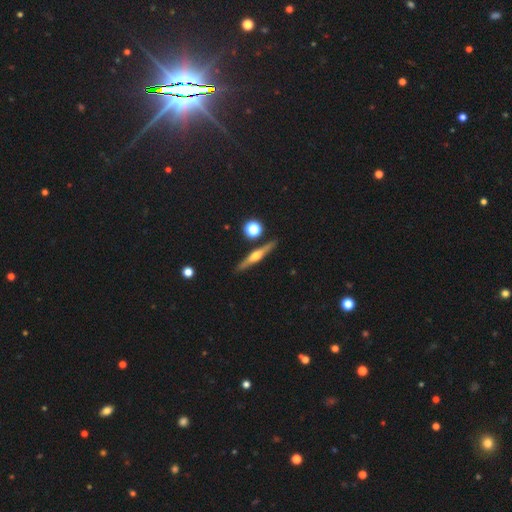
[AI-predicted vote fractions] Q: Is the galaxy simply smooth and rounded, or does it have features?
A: featured or disk — 69%.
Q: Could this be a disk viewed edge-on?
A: yes — 97%.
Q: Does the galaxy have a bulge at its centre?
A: rounded — 92%.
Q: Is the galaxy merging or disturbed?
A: none — 88%.